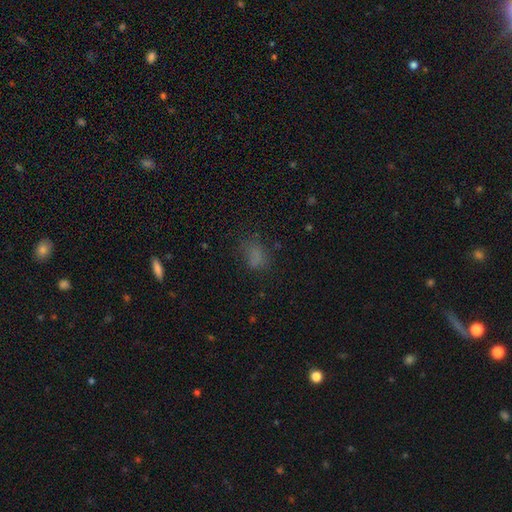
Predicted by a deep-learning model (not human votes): Morphology: type=smooth (69%); roundness=in between (74%); merging=none (60%).